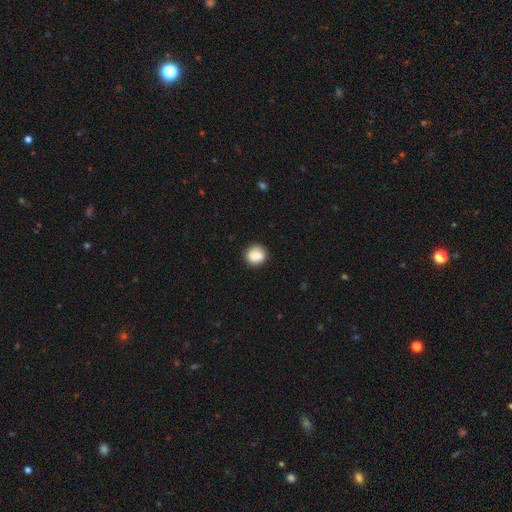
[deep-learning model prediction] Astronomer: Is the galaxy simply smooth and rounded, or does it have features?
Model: smooth — 87%.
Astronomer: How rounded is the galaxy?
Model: round — 86%.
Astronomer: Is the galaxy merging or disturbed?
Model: none — 84%.